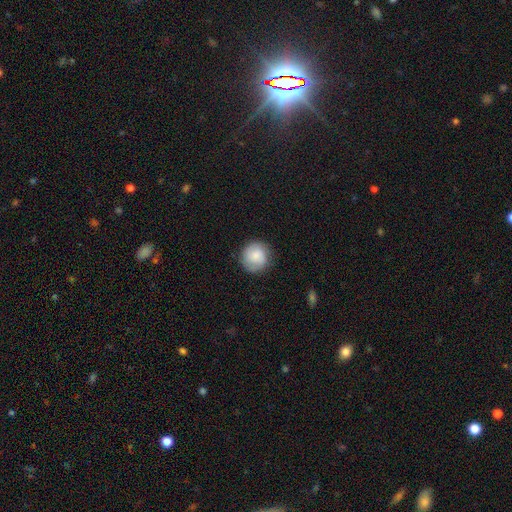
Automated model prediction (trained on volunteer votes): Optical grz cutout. It shows a smooth galaxy with no disk features (74%) that is round (92%). Merging: none (84%).